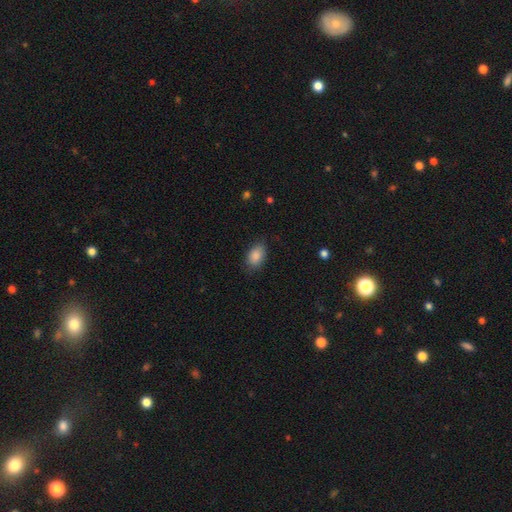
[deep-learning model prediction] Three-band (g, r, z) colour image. It shows a smooth galaxy with no disk features (88%) that is in between round and cigar-shaped (88%). Merging: none (78%).